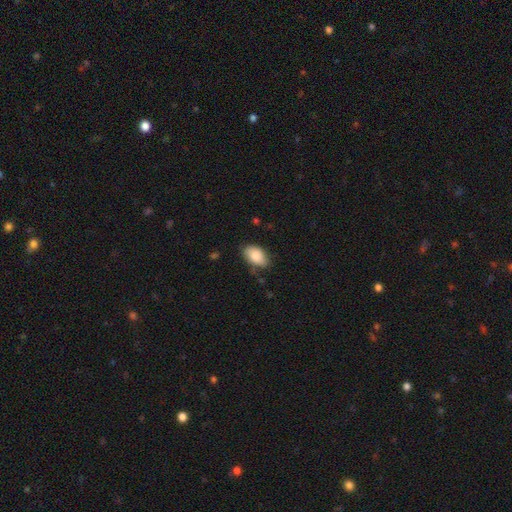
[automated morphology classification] Smooth or featured? Predicted: smooth (p=0.86). How rounded? Predicted: in between (p=0.93). Merging? Predicted: none (p=0.73).